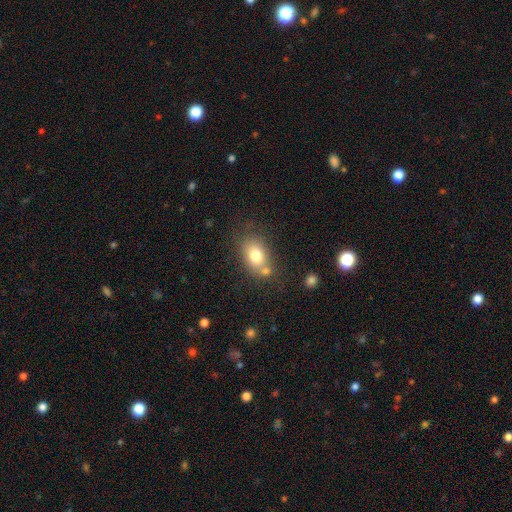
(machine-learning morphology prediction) This appears to be a smooth galaxy with no disk features (76%) that is in between round and cigar-shaped (73%). Merging: none (55%).